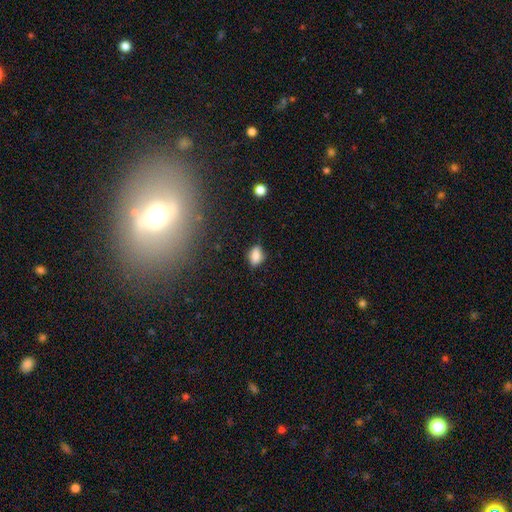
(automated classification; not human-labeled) A smooth galaxy with no disk features (82%) that is in between round and cigar-shaped (77%). Merging: none (72%).